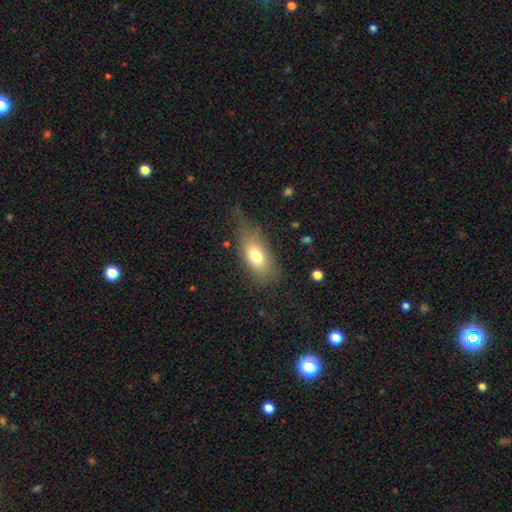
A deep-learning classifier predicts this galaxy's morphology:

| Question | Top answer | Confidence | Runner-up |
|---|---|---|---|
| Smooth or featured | smooth | 73% | featured or disk (19%) |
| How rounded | in between | 84% | cigar-shaped (10%) |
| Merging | none | 51% | minor disturbance (28%) |